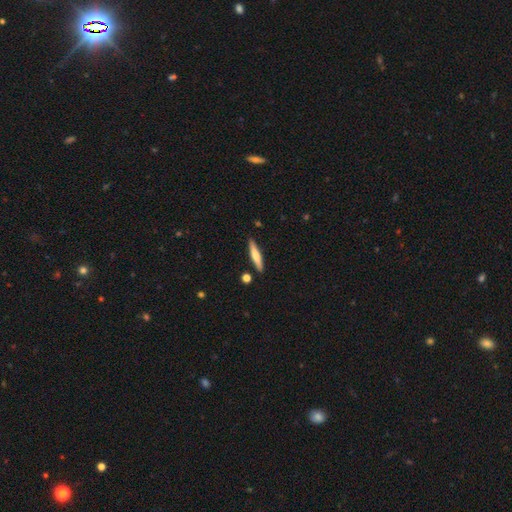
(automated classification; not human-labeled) Smooth or featured?
  - smooth: 59% *
  - featured or disk: 36%
  - star or artifact: 6%
How rounded?
  - cigar-shaped: 89% *
  - in between: 10%
  - round: 2%
Merging?
  - none: 87% *
  - minor disturbance: 9%
  - merger: 3%
  - major disturbance: 2%